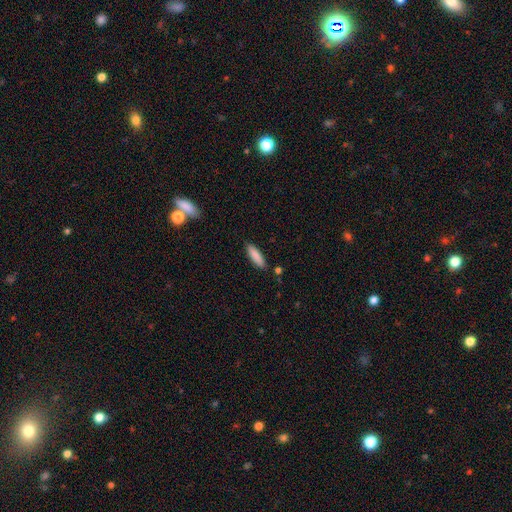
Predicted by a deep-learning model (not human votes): This appears to be a smooth galaxy with no disk features (87%) that is cigar-shaped (62%). Merging: none (86%).